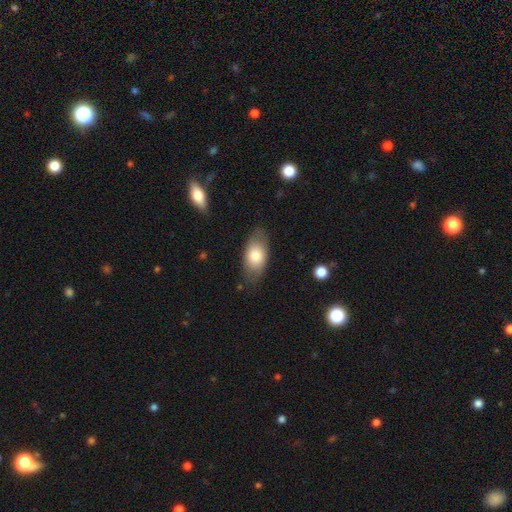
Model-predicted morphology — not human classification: A smooth galaxy with no disk features (76%) that is in between round and cigar-shaped (90%).

Vote fractions:
- Smooth or featured? smooth: 76% / featured or disk: 17% / star or artifact: 6%
- How rounded? in between: 90% / cigar-shaped: 5% / round: 5%
- Merging? none: 78% / minor disturbance: 16% / major disturbance: 4% / merger: 1%